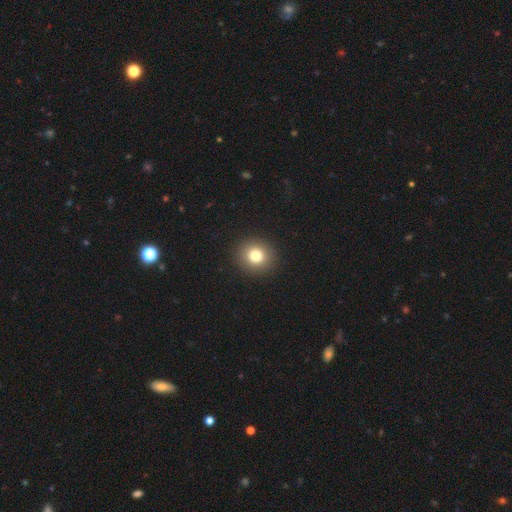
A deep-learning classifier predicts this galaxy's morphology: This is likely a smooth galaxy (79%). How rounded: clearly round (86%). Merging: clearly none (92%).